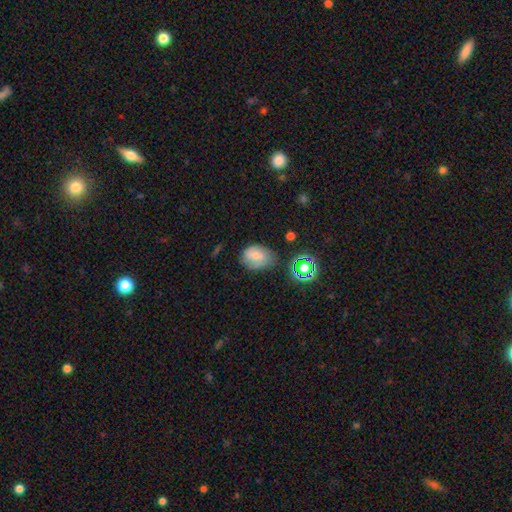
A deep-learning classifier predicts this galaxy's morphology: Overall: smooth (65%). How rounded: in between (60%; round 39%). Merging: none (57%; minor disturbance 30%).